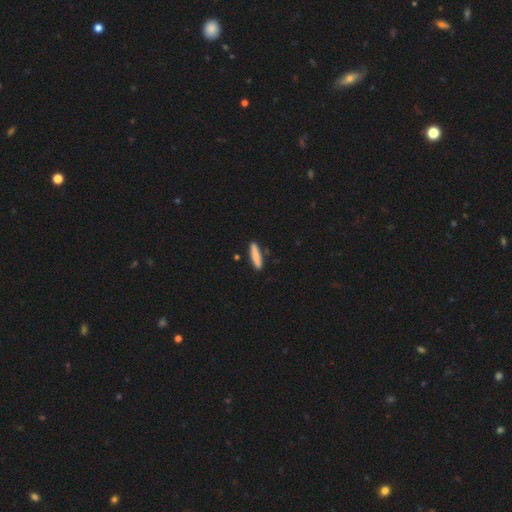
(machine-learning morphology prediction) Overall: smooth (84%). How rounded: cigar-shaped (88%). Merging: none (88%).